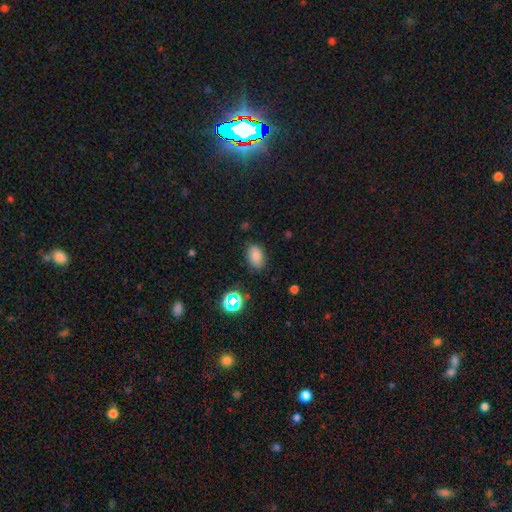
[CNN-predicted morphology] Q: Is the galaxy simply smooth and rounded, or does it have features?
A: smooth — 80%.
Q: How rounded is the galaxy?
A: in between — 85%.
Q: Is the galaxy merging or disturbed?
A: none — 82%.